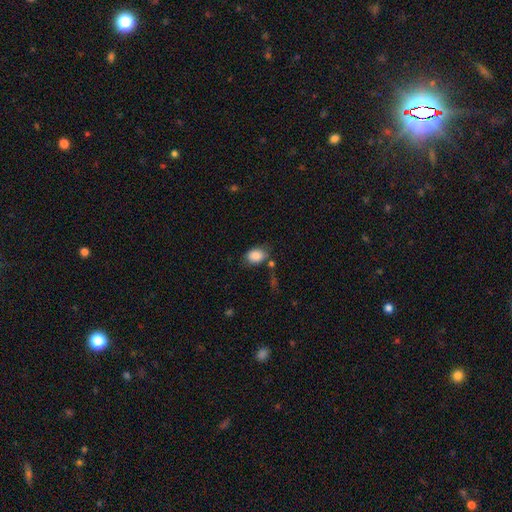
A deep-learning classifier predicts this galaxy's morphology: Smooth or featured? smooth (86%)
How rounded? in between (73%)
Merging? none (67%)